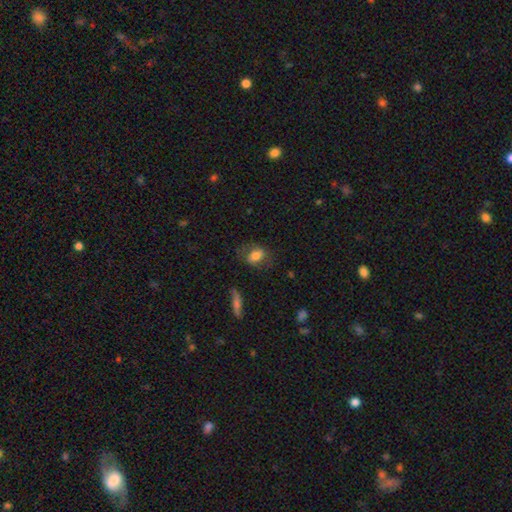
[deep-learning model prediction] Q: Smooth or featured?
A: smooth (71%); runner-up: featured or disk (20%)
Q: How rounded?
A: in between (76%); runner-up: round (21%)
Q: Merging?
A: none (64%); runner-up: minor disturbance (21%)